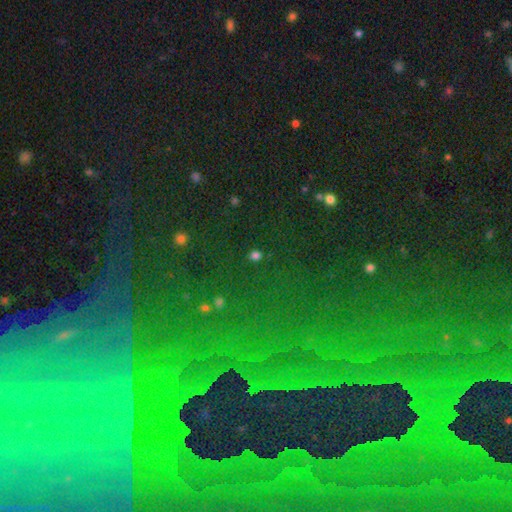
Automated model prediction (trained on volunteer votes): Overall: smooth (70%). How rounded: round (66%; in between 33%). Merging: none (86%).